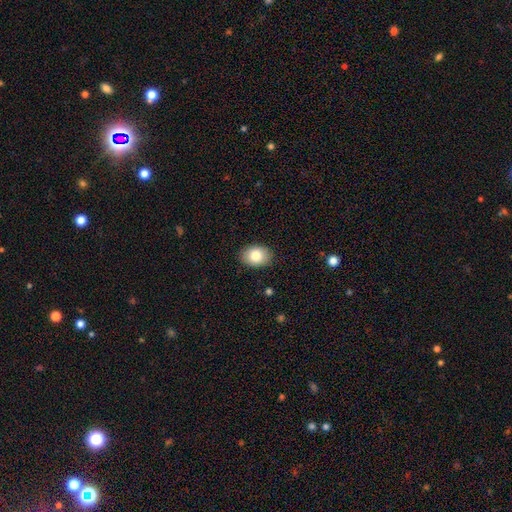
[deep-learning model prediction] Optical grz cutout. It shows a smooth galaxy with no disk features (83%) that is in between round and cigar-shaped (75%). Merging: none (89%).